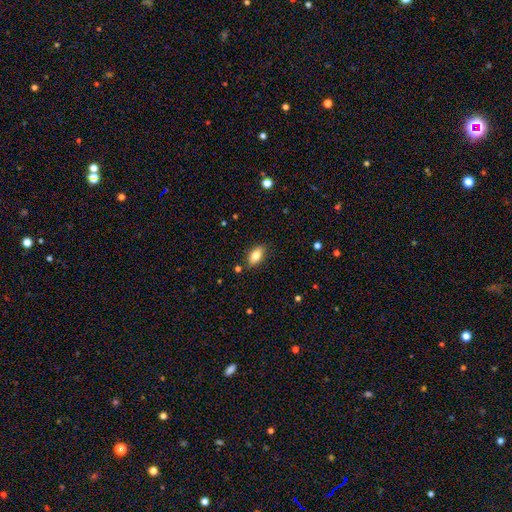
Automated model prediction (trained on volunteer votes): Overall: smooth (78%). How rounded: in between (89%). Merging: none (84%).